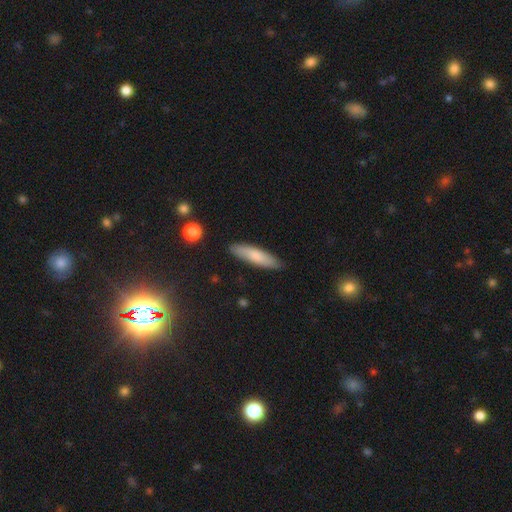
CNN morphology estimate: Smooth or featured? Predicted: smooth (p=0.78). How rounded? Predicted: cigar-shaped (p=0.71). Merging? Predicted: none (p=0.87).